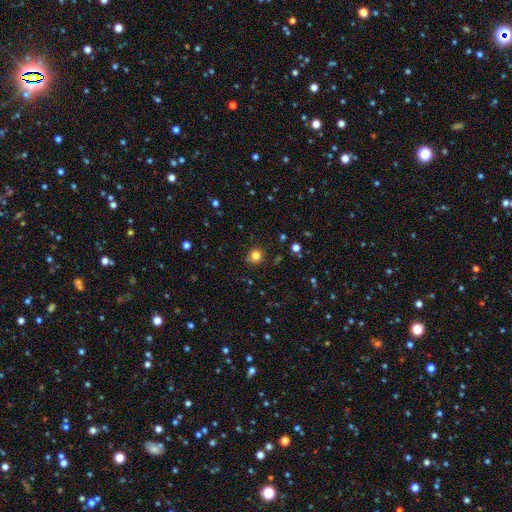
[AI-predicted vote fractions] Smooth or featured: smooth — 81% (star or artifact — 14%)
How rounded: round — 90% (in between — 9%)
Merging: none — 84% (minor disturbance — 11%)